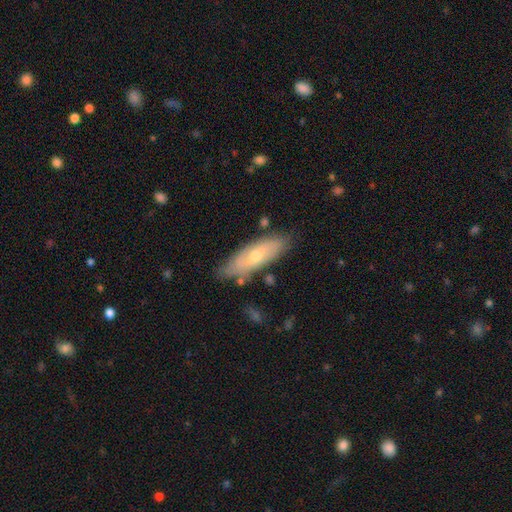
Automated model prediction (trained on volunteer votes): Smooth or featured? Predicted: featured or disk (p=0.53). Edge-on disk? Predicted: no (p=0.73). Merging? Predicted: none (p=0.74).